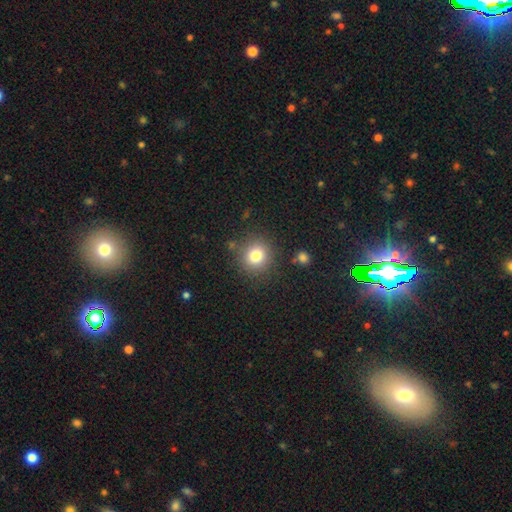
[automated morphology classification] Smooth or featured: smooth — 80% (star or artifact — 12%)
How rounded: round — 88% (in between — 11%)
Merging: none — 84% (minor disturbance — 9%)